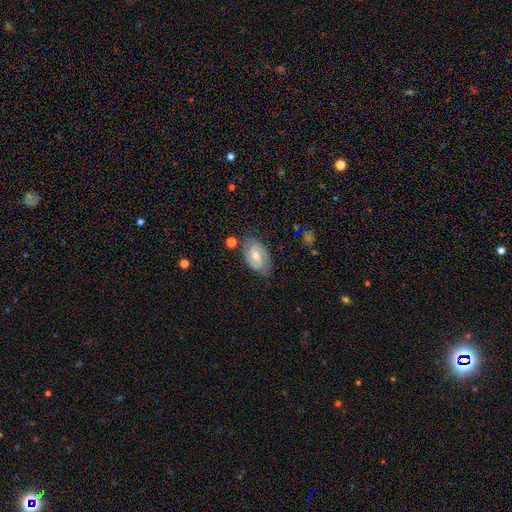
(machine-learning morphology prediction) This appears to be a featured or disk galaxy (80%) with a weak bar (51%), 2 (88%) tight (49%) spiral arms (95%) and a moderate central bulge (58%). Merging: none (79%).